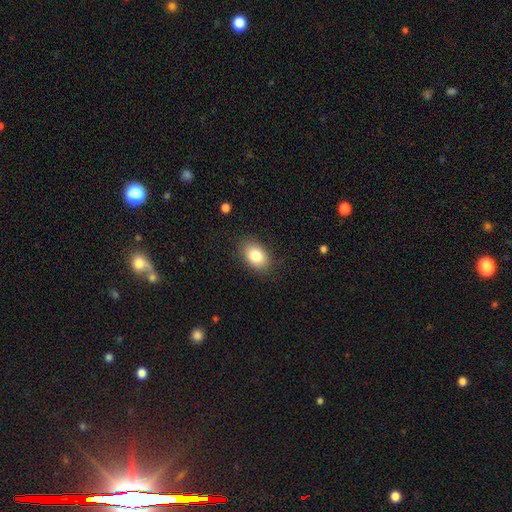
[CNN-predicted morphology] This appears to be a smooth galaxy with no disk features (83%) that is in between round and cigar-shaped (82%). Merging: none (84%).